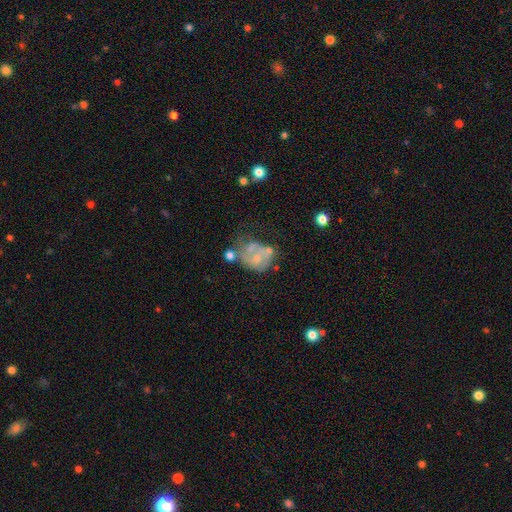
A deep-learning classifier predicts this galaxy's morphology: Q: Smooth or featured?
A: featured or disk (63%); runner-up: smooth (27%)
Q: Edge-on disk?
A: no (98%); runner-up: yes (2%)
Q: Bar?
A: no (81%); runner-up: weak (16%)
Q: Spiral arms?
A: no (58%); runner-up: yes (42%)
Q: Bulge size?
A: small (40%); runner-up: none (29%)
Q: Merging?
A: major disturbance (29%); runner-up: none (28%)